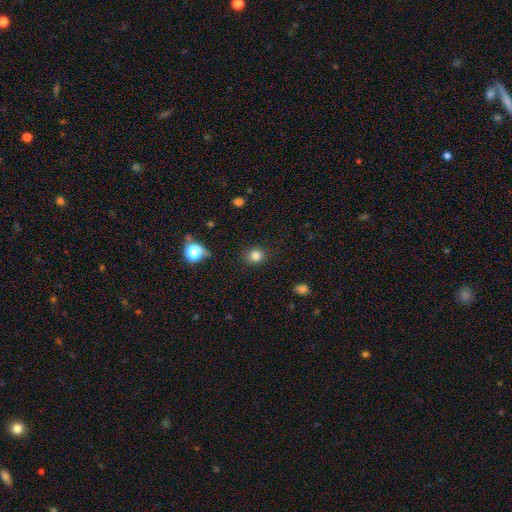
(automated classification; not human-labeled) Smooth or featured?
  - smooth: 81% *
  - star or artifact: 13%
  - featured or disk: 6%
How rounded?
  - round: 77% *
  - in between: 22%
  - cigar-shaped: 1%
Merging?
  - none: 86% *
  - minor disturbance: 10%
  - major disturbance: 3%
  - merger: 1%